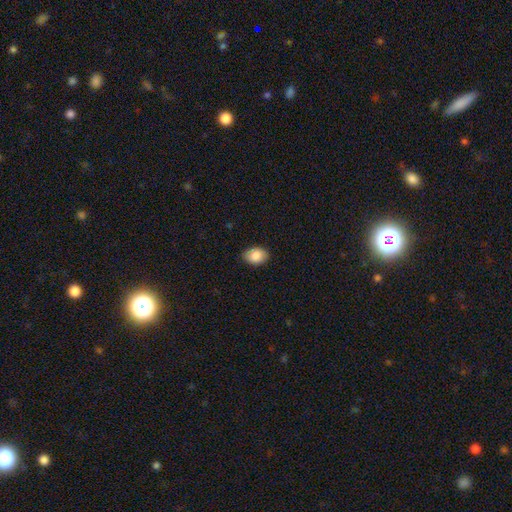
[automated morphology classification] This appears to be a smooth galaxy with no disk features (87%) that is in between round and cigar-shaped (76%). Merging: none (86%).